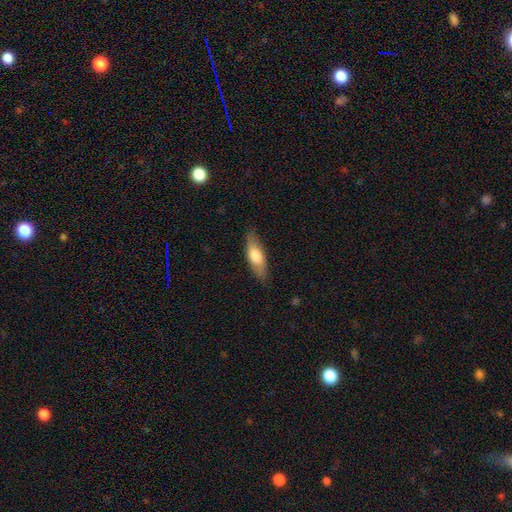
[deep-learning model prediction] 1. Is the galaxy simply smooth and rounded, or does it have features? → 68% smooth, 26% featured or disk, 6% star or artifact.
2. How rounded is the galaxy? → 57% in between, 40% cigar-shaped, 2% round.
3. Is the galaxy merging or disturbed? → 83% none, 13% minor disturbance, 3% major disturbance, 1% merger.